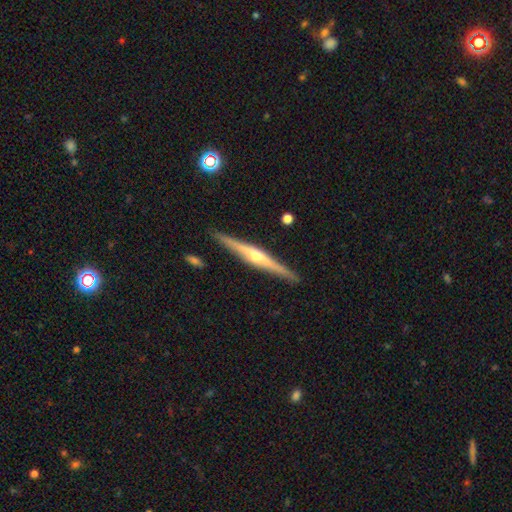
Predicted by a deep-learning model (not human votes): Morphology: type=featured or disk (78%); edge-on=yes (98%); edge-on bulge=rounded (88%); merging=none (90%).